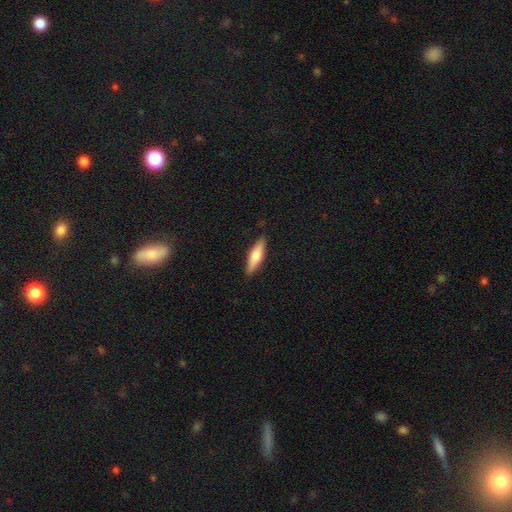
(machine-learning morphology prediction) smooth_or_featured: smooth (p=0.64) [alt: featured or disk p=0.31]
how_rounded: cigar-shaped (p=0.65) [alt: in between p=0.33]
merging: none (p=0.86) [alt: minor disturbance p=0.11]